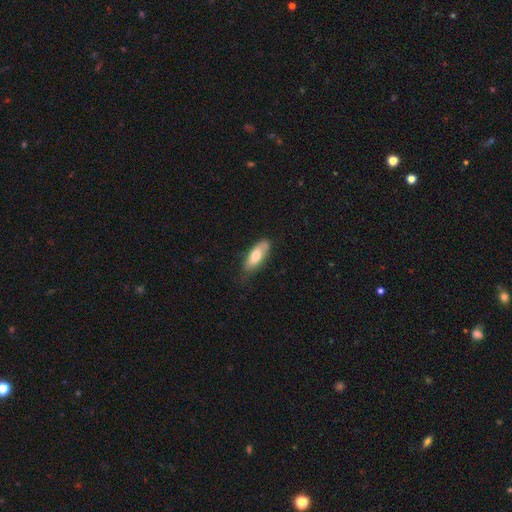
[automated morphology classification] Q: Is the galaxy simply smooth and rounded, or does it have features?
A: smooth — 69%.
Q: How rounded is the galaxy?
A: in between — 73%.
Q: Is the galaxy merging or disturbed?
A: none — 64%.